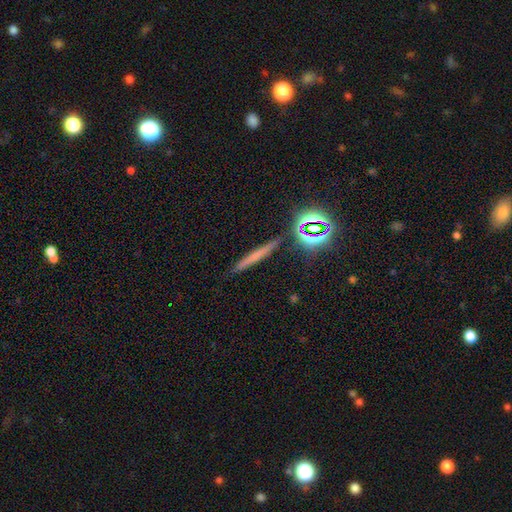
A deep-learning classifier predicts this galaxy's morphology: This appears to be a smooth galaxy with no disk features (51%) that is cigar-shaped (90%). Merging: none (86%).